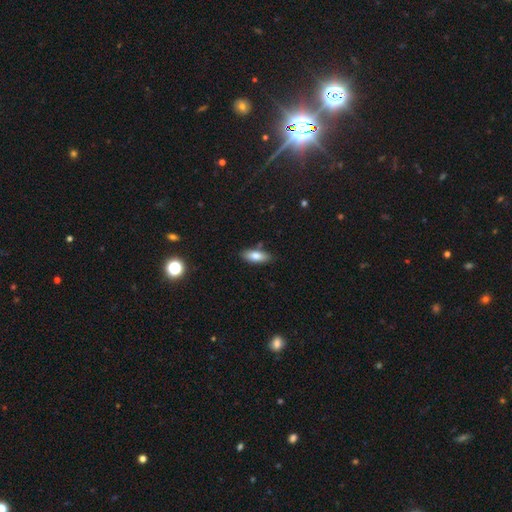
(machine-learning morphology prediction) Smooth or featured? smooth (80%)
How rounded? in between (76%)
Merging? none (82%)